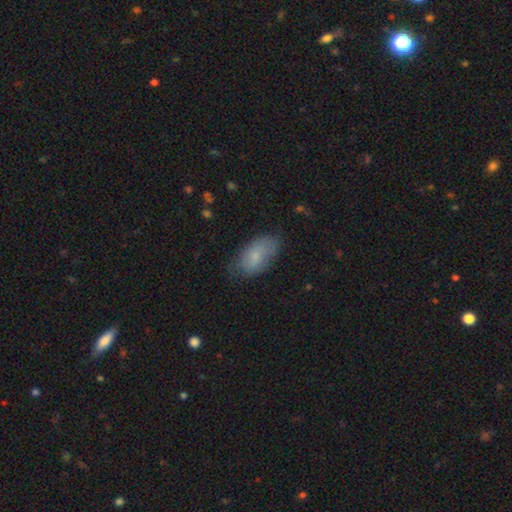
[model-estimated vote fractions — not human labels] Smooth or featured? smooth (76%)
How rounded? in between (93%)
Merging? none (68%)